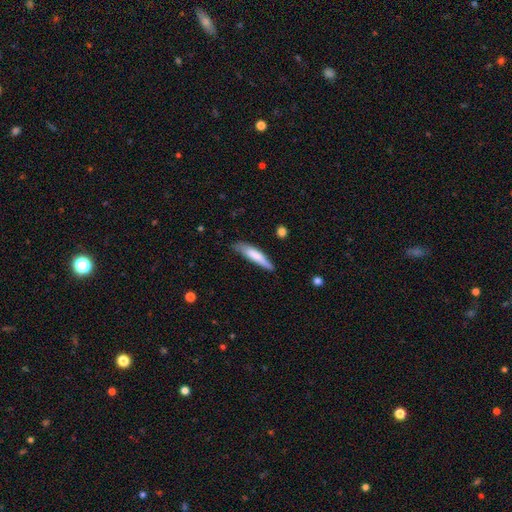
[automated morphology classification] This appears to be a smooth galaxy with no disk features (72%) that is cigar-shaped (79%). Merging: none (61%).